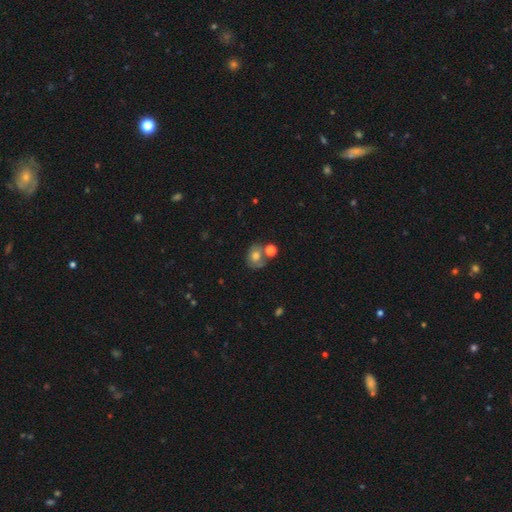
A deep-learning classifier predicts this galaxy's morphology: Smooth or featured? Predicted: smooth (p=0.67). How rounded? Predicted: round (p=0.59). Merging? Predicted: none (p=0.46).